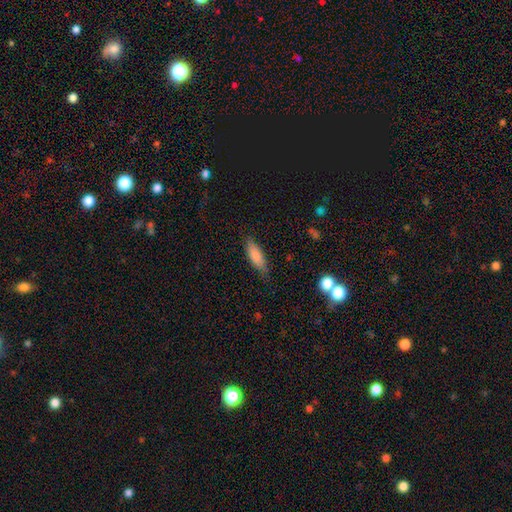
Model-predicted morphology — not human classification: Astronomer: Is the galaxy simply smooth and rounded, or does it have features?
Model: smooth — 84%.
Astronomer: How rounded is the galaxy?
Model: in between — 61% (runner-up: cigar-shaped, 37%).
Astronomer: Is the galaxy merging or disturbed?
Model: none — 78%.